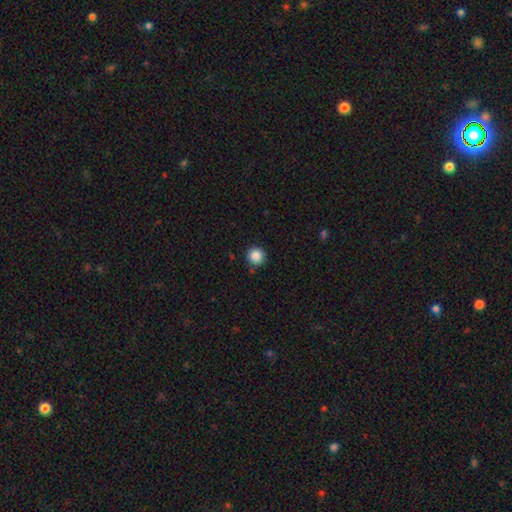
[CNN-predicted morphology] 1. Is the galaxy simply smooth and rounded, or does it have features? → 87% smooth, 10% star or artifact, 4% featured or disk.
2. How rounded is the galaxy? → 95% round, 4% in between, 1% cigar-shaped.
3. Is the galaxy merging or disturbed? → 90% none, 7% minor disturbance, 2% merger, 2% major disturbance.